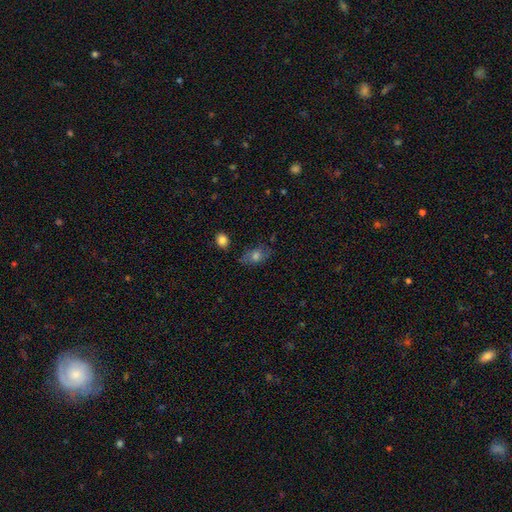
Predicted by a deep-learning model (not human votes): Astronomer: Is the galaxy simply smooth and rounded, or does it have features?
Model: smooth — 68%.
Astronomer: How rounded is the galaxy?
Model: in between — 80%.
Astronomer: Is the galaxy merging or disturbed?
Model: none — 73%.